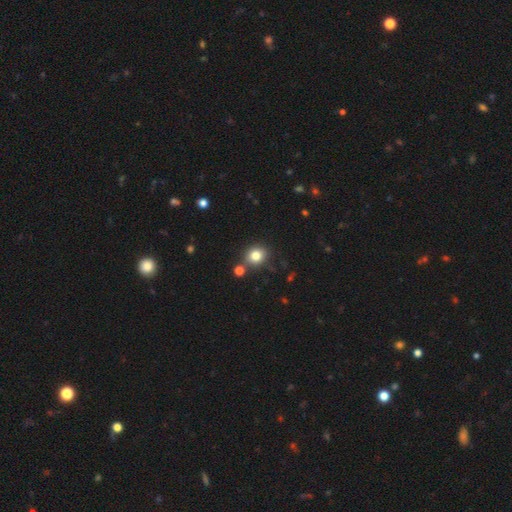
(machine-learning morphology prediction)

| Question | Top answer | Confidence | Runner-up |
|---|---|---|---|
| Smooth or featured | smooth | 79% | star or artifact (12%) |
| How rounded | round | 74% | in between (25%) |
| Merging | none | 73% | merger (13%) |